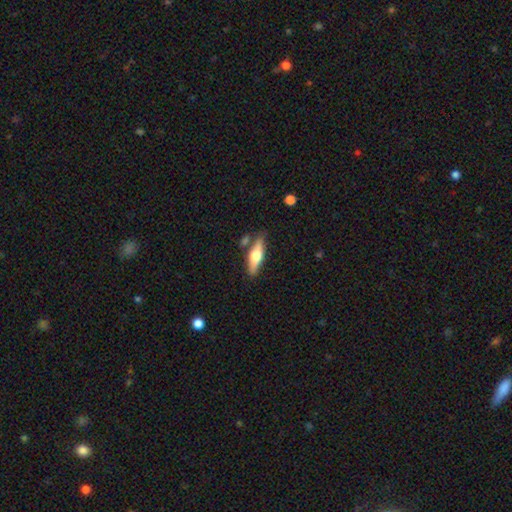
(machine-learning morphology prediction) This appears to be a smooth galaxy with no disk features (48%). Merging: none (77%).